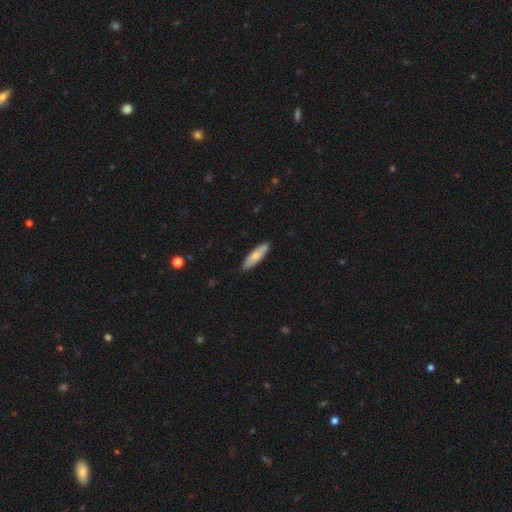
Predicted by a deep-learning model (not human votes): A smooth galaxy with no disk features (73%) that is cigar-shaped (62%).

Vote fractions:
- Smooth or featured? smooth: 73% / featured or disk: 22% / star or artifact: 5%
- How rounded? cigar-shaped: 62% / in between: 36% / round: 2%
- Merging? none: 87% / minor disturbance: 10% / major disturbance: 2% / merger: 1%